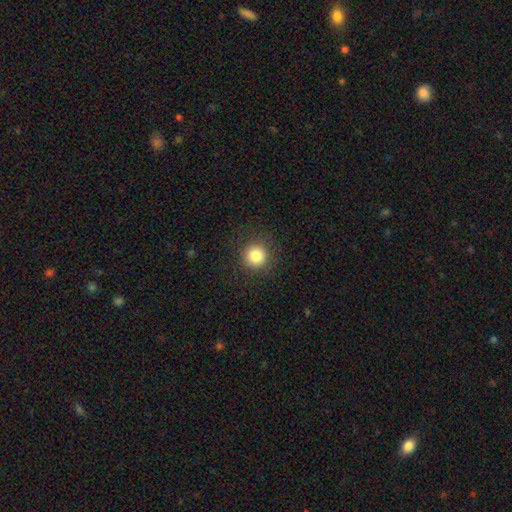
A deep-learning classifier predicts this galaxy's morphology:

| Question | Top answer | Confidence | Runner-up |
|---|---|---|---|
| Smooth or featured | smooth | 83% | star or artifact (11%) |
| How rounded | round | 95% | in between (4%) |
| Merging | none | 90% | minor disturbance (6%) |